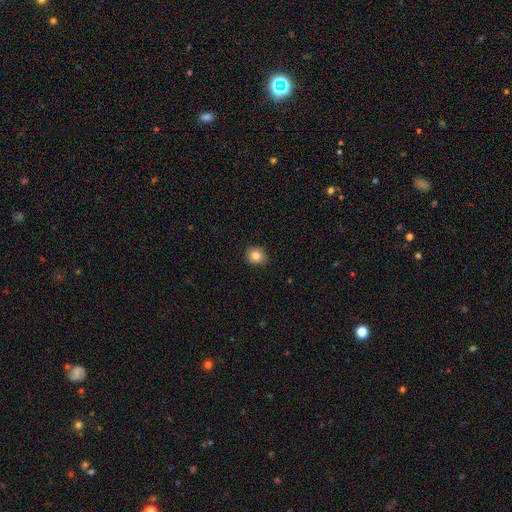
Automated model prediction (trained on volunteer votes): A smooth galaxy with no disk features (84%) that is round (83%).

Vote fractions:
- Smooth or featured? smooth: 84% / star or artifact: 10% / featured or disk: 6%
- How rounded? round: 83% / in between: 16% / cigar-shaped: 1%
- Merging? none: 88% / minor disturbance: 9% / major disturbance: 2% / merger: 1%